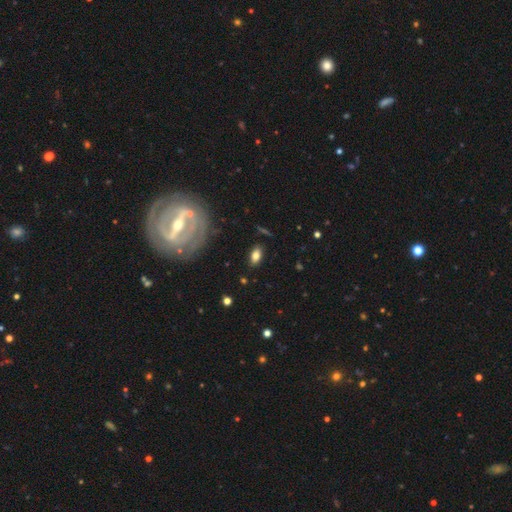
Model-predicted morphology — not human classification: smooth-or-featured: smooth: 75% | featured or disk: 16% | star or artifact: 9%
  how-rounded: in between: 90% | round: 5% | cigar-shaped: 4%
  merging: none: 84% | minor disturbance: 11% | major disturbance: 3% | merger: 2%